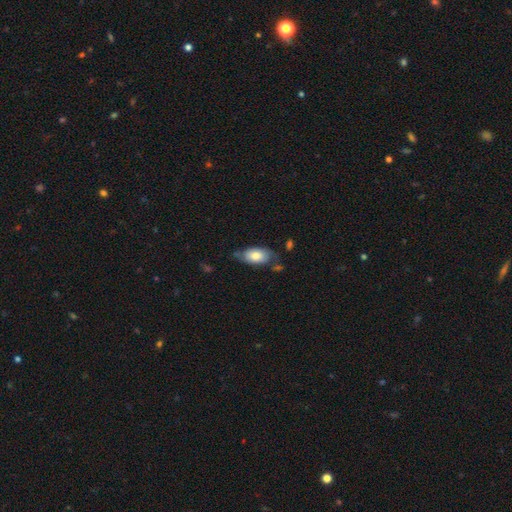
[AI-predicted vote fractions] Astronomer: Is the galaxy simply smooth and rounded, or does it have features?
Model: smooth — 67%.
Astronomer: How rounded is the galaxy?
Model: in between — 91%.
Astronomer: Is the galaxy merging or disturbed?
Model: none — 54% (runner-up: minor disturbance, 30%).